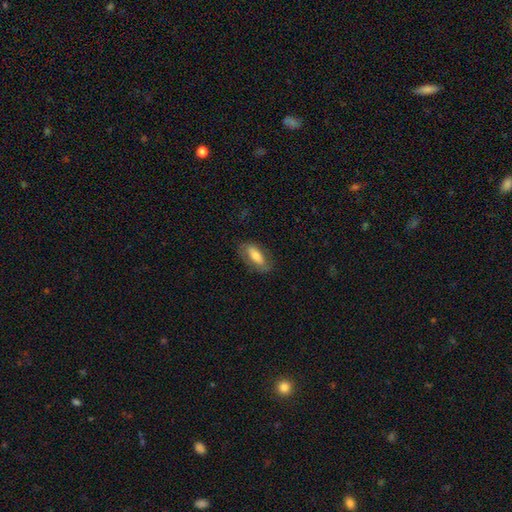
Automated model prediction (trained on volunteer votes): smooth-or-featured: smooth: 67% | featured or disk: 27% | star or artifact: 6%
  how-rounded: in between: 78% | cigar-shaped: 19% | round: 3%
  merging: none: 74% | minor disturbance: 18% | major disturbance: 7% | merger: 1%